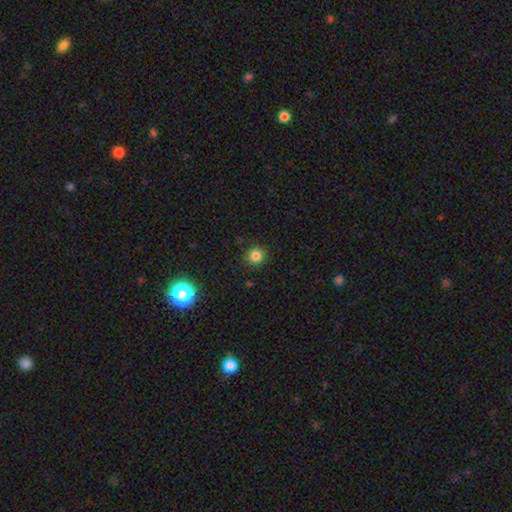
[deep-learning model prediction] This is clearly a smooth galaxy (83%). How rounded: clearly round (92%). Merging: clearly none (90%).